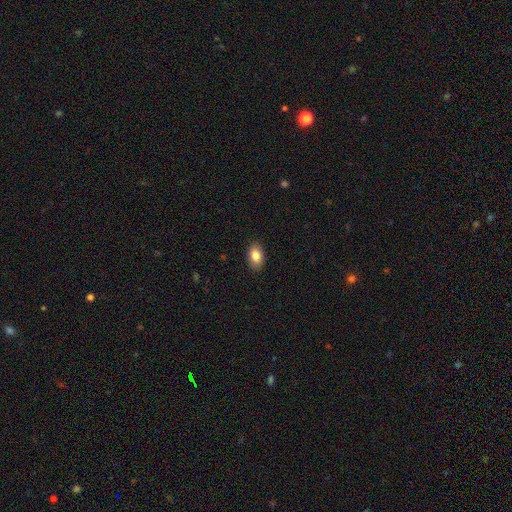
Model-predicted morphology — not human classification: A smooth galaxy with no disk features (84%) that is in between round and cigar-shaped (90%). Merging: none (89%).